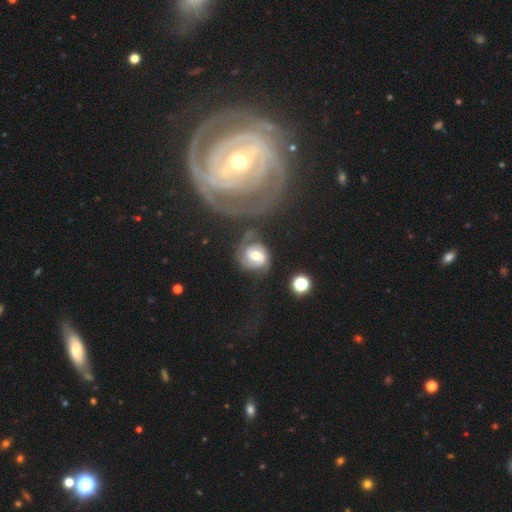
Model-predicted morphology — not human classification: A featured or disk galaxy (75%) with no bar (50%), 2 (66%) tight (48%) spiral arms (92%) and a moderate central bulge (70%). Merging: none (55%).